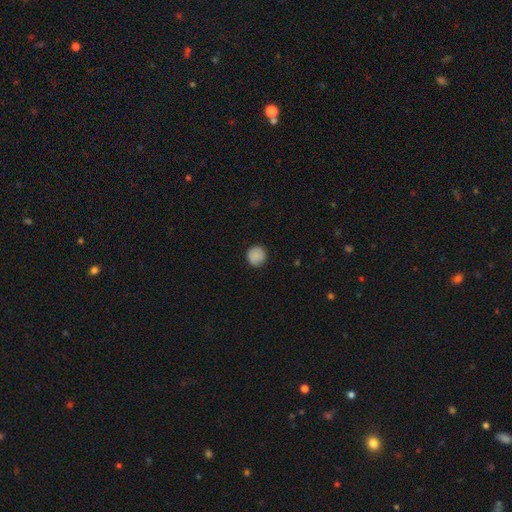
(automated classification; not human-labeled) Q: Smooth or featured?
A: smooth (88%); runner-up: star or artifact (9%)
Q: How rounded?
A: round (94%); runner-up: in between (5%)
Q: Merging?
A: none (89%); runner-up: minor disturbance (8%)